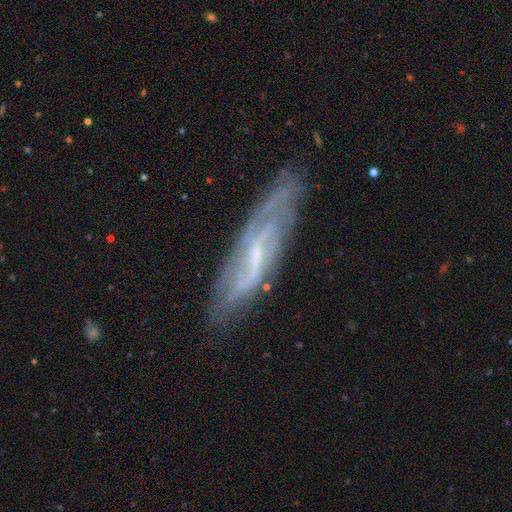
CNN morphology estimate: Smooth or featured?
  - featured or disk: 78% *
  - smooth: 14%
  - star or artifact: 8%
Edge-on disk?
  - no: 69% *
  - yes: 31%
Bar?
  - weak: 49% *
  - no: 26%
  - strong: 25%
Spiral arms?
  - yes: 87% *
  - no: 13%
Bulge size?
  - small: 64% *
  - moderate: 20%
  - none: 14%
  - large: 1%
  - dominant: 1%
Merging?
  - none: 75% *
  - minor disturbance: 17%
  - major disturbance: 6%
  - merger: 2%